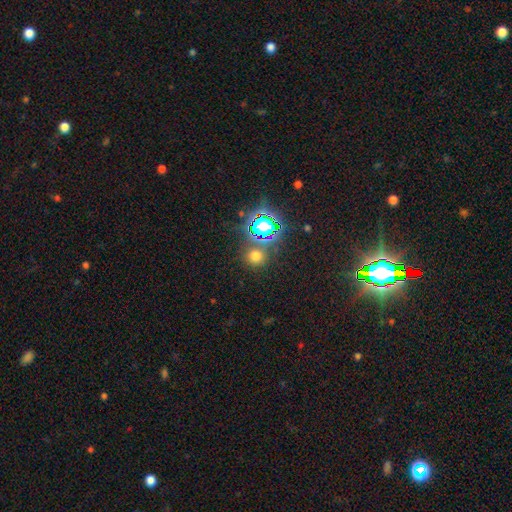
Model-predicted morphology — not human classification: Smooth or featured?
  - smooth: 58% *
  - star or artifact: 35%
  - featured or disk: 6%
How rounded?
  - round: 88% *
  - in between: 11%
  - cigar-shaped: 1%
Merging?
  - none: 78% *
  - merger: 10%
  - minor disturbance: 8%
  - major disturbance: 4%